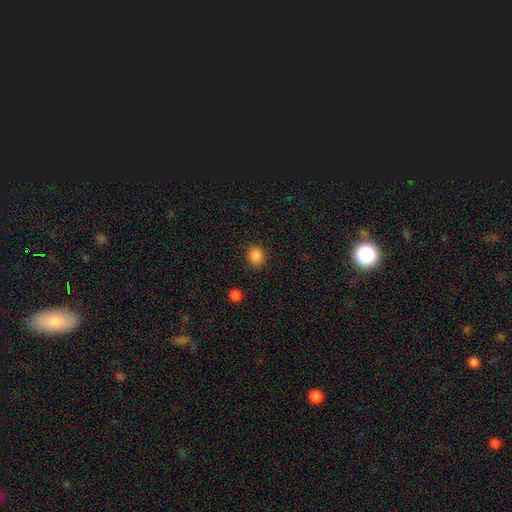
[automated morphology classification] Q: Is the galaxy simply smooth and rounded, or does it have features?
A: smooth — 87%.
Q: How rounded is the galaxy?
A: round — 75%.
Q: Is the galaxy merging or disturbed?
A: none — 89%.